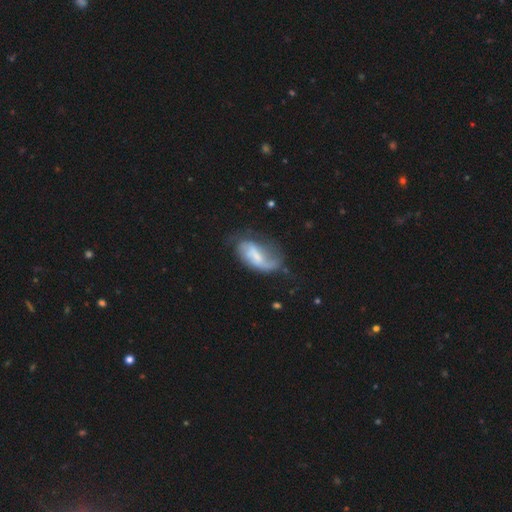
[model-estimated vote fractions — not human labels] smooth_or_featured: featured or disk (p=0.57) [alt: smooth p=0.35]
disk_edge_on: no (p=0.94) [alt: yes p=0.06]
bar: weak (p=0.43) [alt: no p=0.35]
has_spiral_arms: yes (p=0.76) [alt: no p=0.24]
bulge_size: small (p=0.37) [alt: moderate p=0.27]
merging: none (p=0.36) [alt: major disturbance p=0.32]